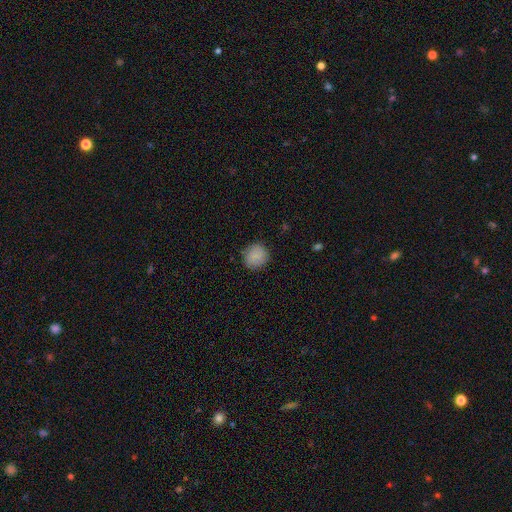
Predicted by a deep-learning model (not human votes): smooth 87%, star or artifact 8%, featured or disk 5%. Down the decision tree: how rounded — round (89%); merging — none (87%).